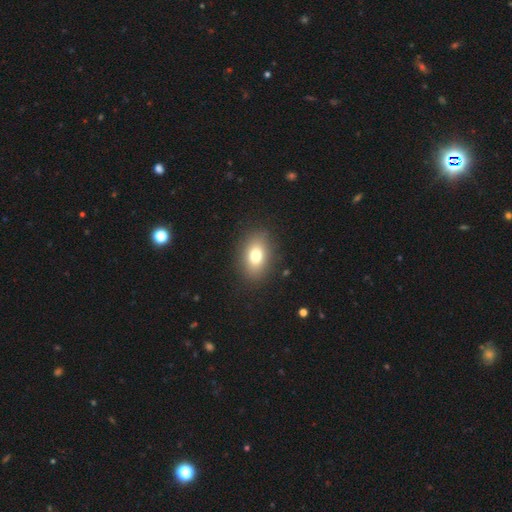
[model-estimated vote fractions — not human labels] Overall: smooth (76%). How rounded: in between (80%). Merging: none (87%).